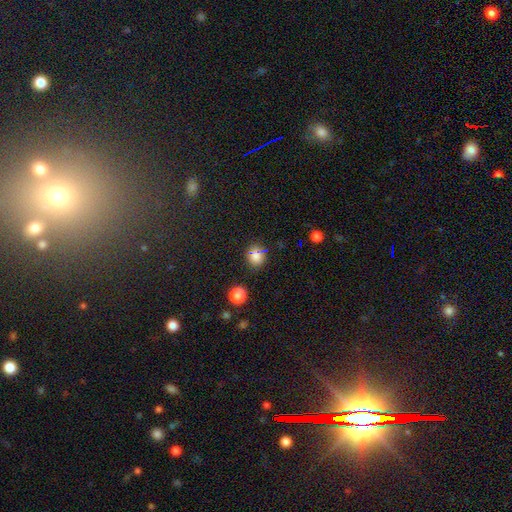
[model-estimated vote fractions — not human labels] Overall: smooth (74%). How rounded: round (78%). Merging: none (79%).